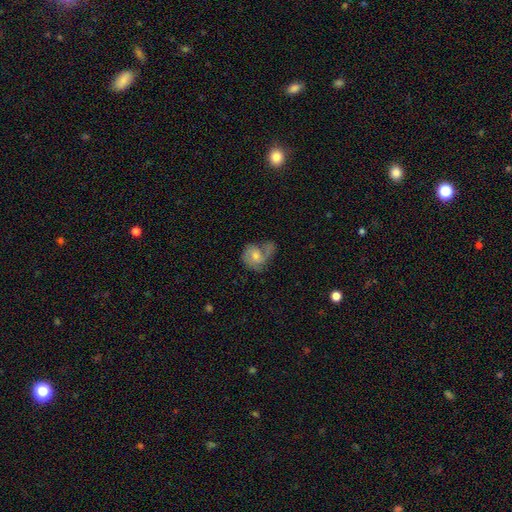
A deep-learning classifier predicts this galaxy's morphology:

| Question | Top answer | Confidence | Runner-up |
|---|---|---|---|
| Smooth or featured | featured or disk | 61% | smooth (29%) |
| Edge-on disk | no | 97% | yes (3%) |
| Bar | no | 67% | weak (28%) |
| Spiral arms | yes | 82% | no (18%) |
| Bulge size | moderate | 56% | small (36%) |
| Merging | none | 44% | minor disturbance (24%) |